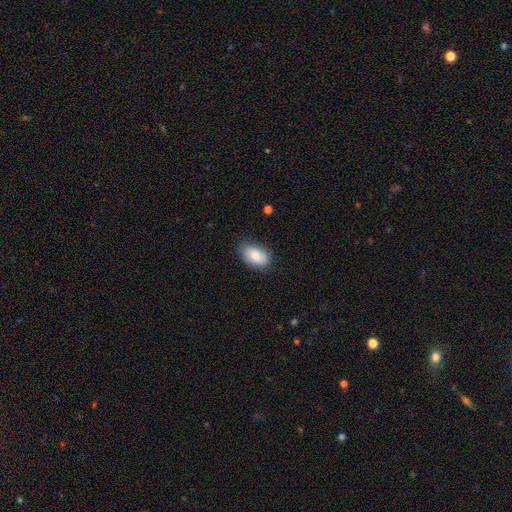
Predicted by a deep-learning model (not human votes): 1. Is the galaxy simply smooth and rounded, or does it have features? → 83% smooth, 10% featured or disk, 6% star or artifact.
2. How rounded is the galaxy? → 93% in between, 5% round, 2% cigar-shaped.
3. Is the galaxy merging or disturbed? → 81% none, 15% minor disturbance, 3% major disturbance, 1% merger.